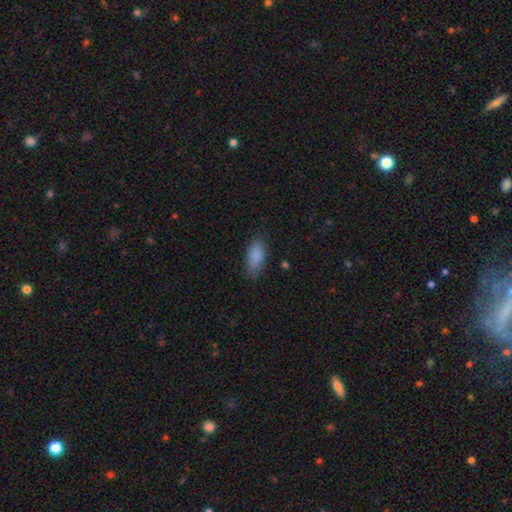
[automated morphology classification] Smooth or featured?
  - smooth: 87% *
  - star or artifact: 8%
  - featured or disk: 6%
How rounded?
  - in between: 87% *
  - cigar-shaped: 10%
  - round: 3%
Merging?
  - none: 75% *
  - minor disturbance: 18%
  - major disturbance: 5%
  - merger: 1%